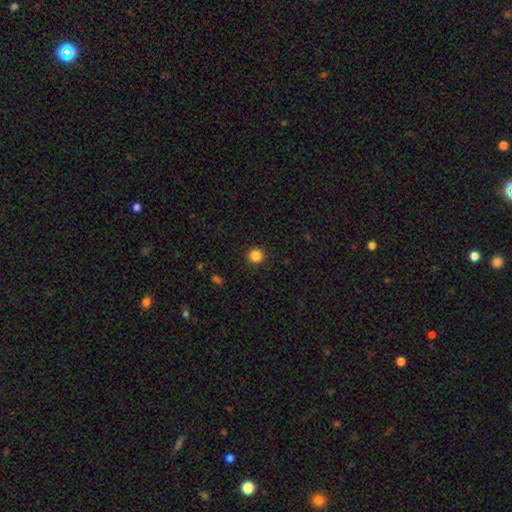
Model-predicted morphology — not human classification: This is clearly a smooth galaxy (86%). How rounded: clearly round (94%). Merging: clearly none (92%).